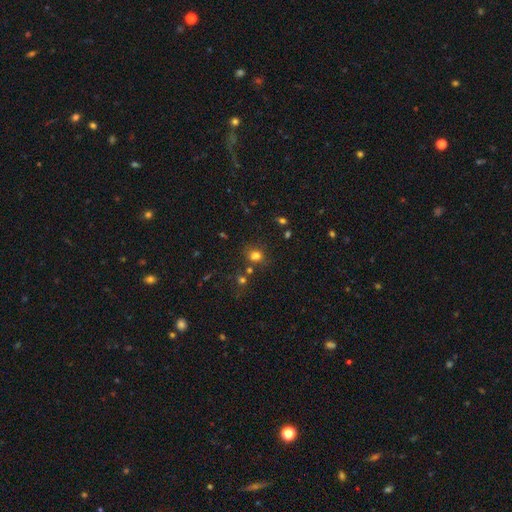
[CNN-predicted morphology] Smooth or featured?
  - smooth: 74% *
  - star or artifact: 19%
  - featured or disk: 7%
How rounded?
  - round: 68% *
  - in between: 31%
  - cigar-shaped: 1%
Merging?
  - none: 71% *
  - minor disturbance: 13%
  - merger: 11%
  - major disturbance: 5%